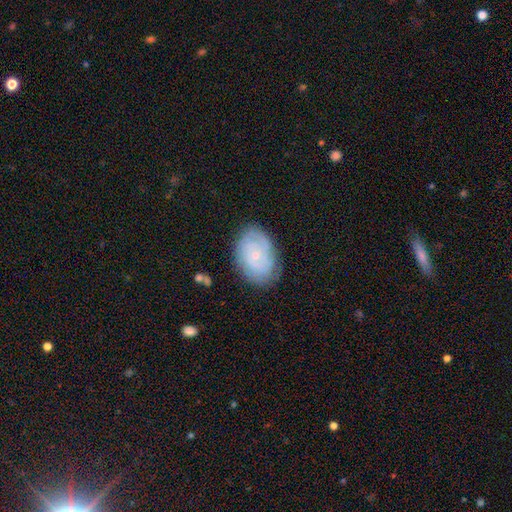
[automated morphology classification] A featured or disk galaxy (66%) with no bar (81%), tight (73%) spiral arms (80%) and a small central bulge (78%).

Vote fractions:
- Smooth or featured? featured or disk: 66% / smooth: 27% / star or artifact: 7%
- Edge-on disk? no: 96% / yes: 4%
- Bar? no: 81% / weak: 16% / strong: 3%
- Spiral arms? yes: 80% / no: 20%
- Spiral winding? tight: 73% / medium: 21% / loose: 7%
- Spiral arm count? can't tell: 52% / 2: 23% / 3: 11% / 4: 6% / 1: 5% / more than 4: 4%
- Bulge size? small: 78% / moderate: 18% / none: 1% / large: 1% / dominant: 1%
- Merging? none: 76% / minor disturbance: 17% / major disturbance: 5% / merger: 1%